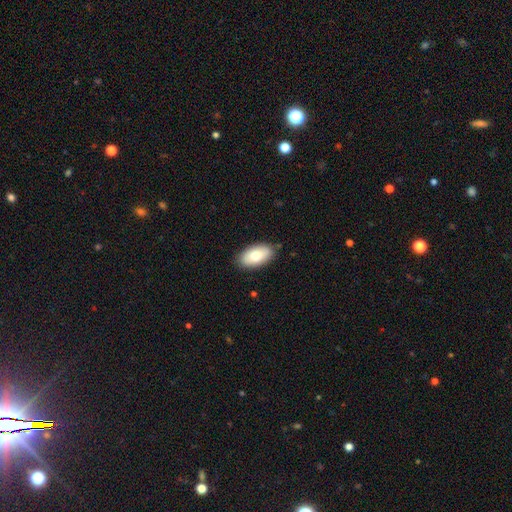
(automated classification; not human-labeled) Smooth or featured: smooth — 76% (featured or disk — 18%)
How rounded: in between — 94% (round — 3%)
Merging: none — 86% (minor disturbance — 11%)